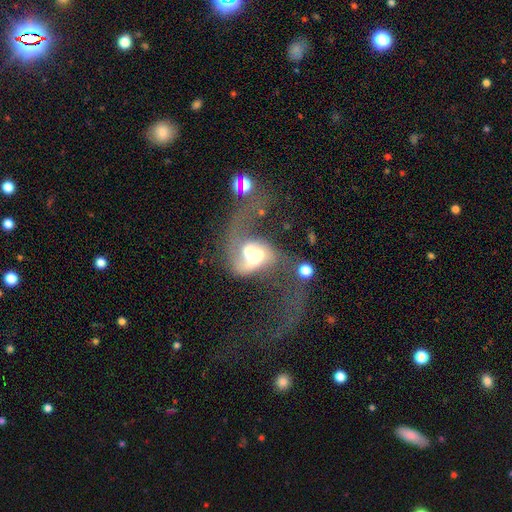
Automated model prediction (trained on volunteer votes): A featured or disk galaxy (64%) with no bar (55%), spiral arms (75%) and a moderate central bulge (40%). Merging: major disturbance (43%).